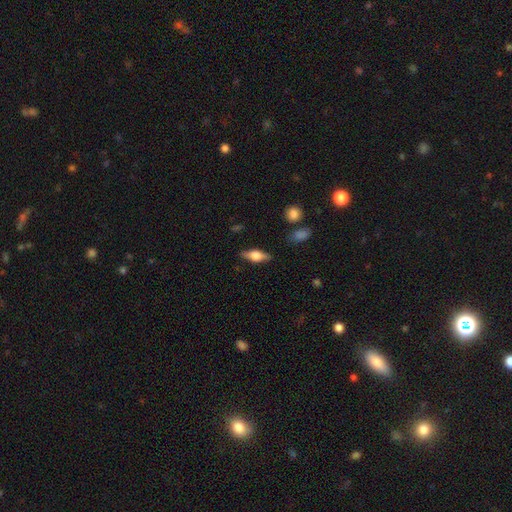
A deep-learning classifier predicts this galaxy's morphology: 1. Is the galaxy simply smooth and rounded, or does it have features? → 52% featured or disk, 41% smooth, 7% star or artifact.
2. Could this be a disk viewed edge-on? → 93% yes, 7% no.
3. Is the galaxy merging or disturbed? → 85% none, 11% minor disturbance, 3% major disturbance, 2% merger.